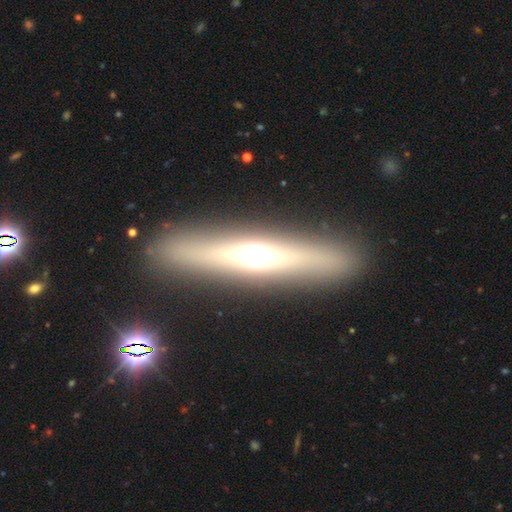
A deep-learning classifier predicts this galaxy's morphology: Smooth or featured? featured or disk (57%)
Edge-on disk? yes (88%)
Edge-on bulge? rounded (90%)
Merging? none (88%)